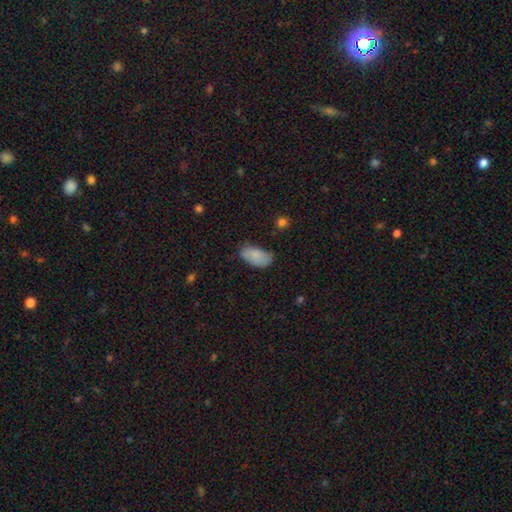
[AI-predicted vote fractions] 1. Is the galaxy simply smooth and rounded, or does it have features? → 84% smooth, 9% featured or disk, 7% star or artifact.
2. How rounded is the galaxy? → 94% in between, 3% round, 3% cigar-shaped.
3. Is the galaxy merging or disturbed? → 62% none, 29% minor disturbance, 7% major disturbance, 2% merger.